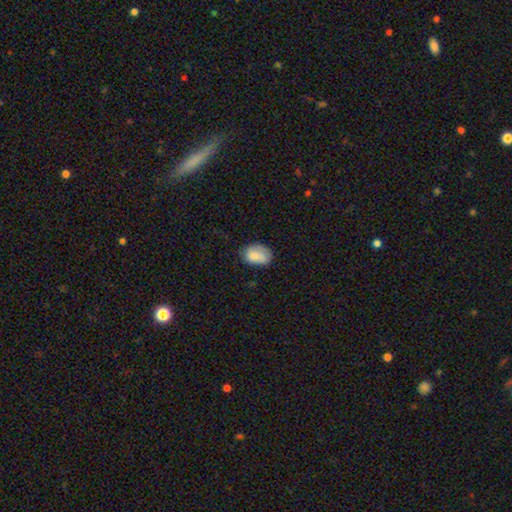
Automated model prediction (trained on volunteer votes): smooth_or_featured: smooth (p=0.81) [alt: featured or disk p=0.11]
how_rounded: in between (p=0.80) [alt: round p=0.19]
merging: none (p=0.63) [alt: minor disturbance p=0.27]